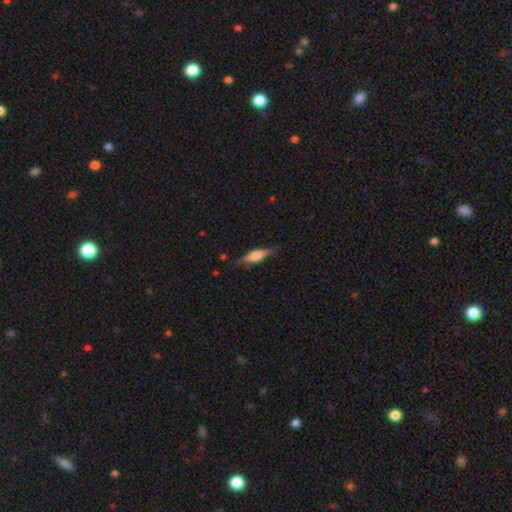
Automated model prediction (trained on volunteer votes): Smooth or featured: featured or disk — 58% (smooth — 35%)
Edge-on disk: yes — 95% (no — 5%)
Edge-on bulge: rounded — 78% (boxy — 20%)
Merging: none — 80% (minor disturbance — 14%)